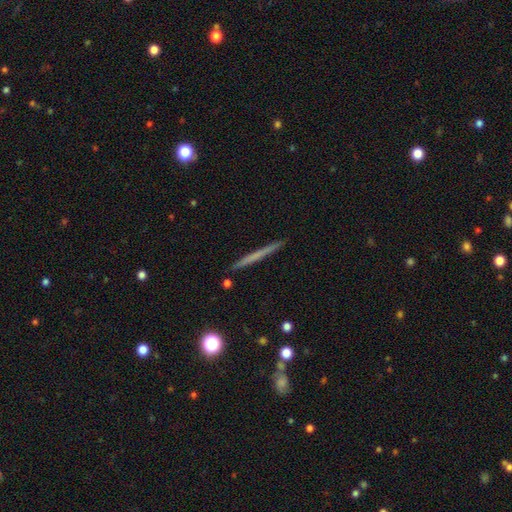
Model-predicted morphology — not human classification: This is possibly a smooth galaxy (50%). How rounded: clearly cigar-shaped (96%). Merging: clearly none (92%).